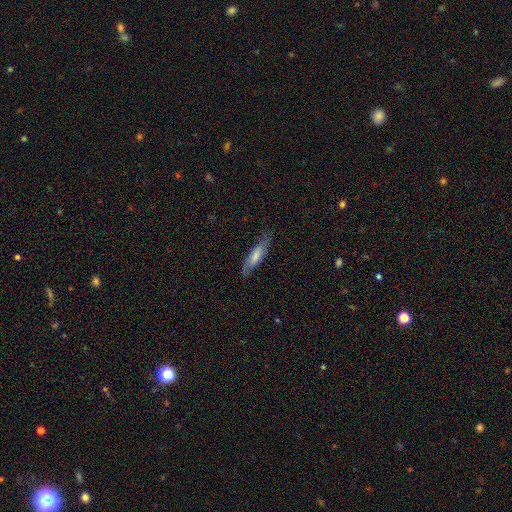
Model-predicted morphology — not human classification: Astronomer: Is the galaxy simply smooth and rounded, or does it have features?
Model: smooth — 57% (runner-up: featured or disk, 37%).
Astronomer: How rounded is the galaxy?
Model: cigar-shaped — 63%.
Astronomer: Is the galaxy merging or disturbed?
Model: none — 76%.